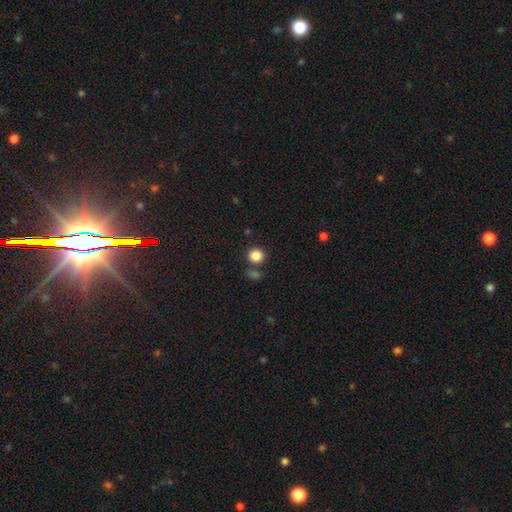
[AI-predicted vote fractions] Overall: smooth (86%). How rounded: round (86%). Merging: none (75%).